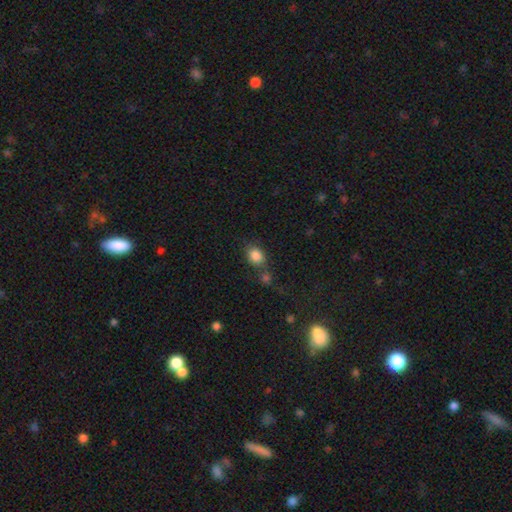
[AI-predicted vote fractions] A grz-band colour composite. It shows a smooth galaxy with no disk features (84%) that is in between round and cigar-shaped (53%). Merging: none (58%).